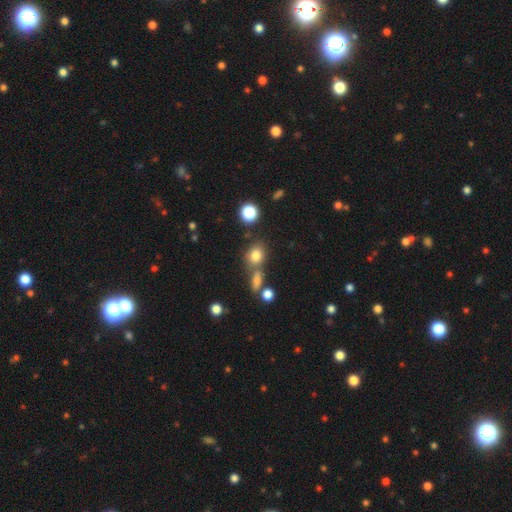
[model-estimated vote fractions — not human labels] Morphology: type=smooth (78%); roundness=round (60%); merging=none (60%).